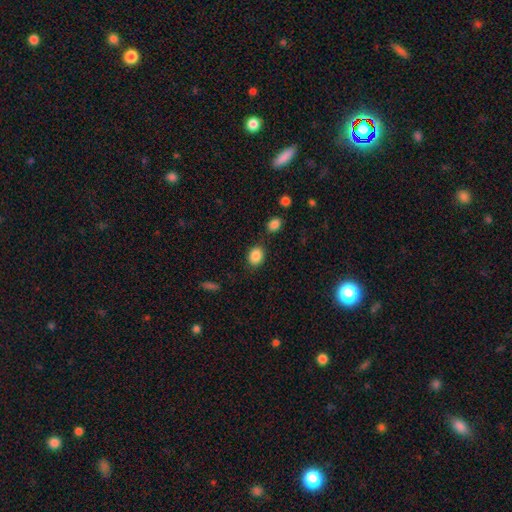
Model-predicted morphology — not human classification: A smooth galaxy with no disk features (87%) that is in between round and cigar-shaped (54%). Merging: none (79%).